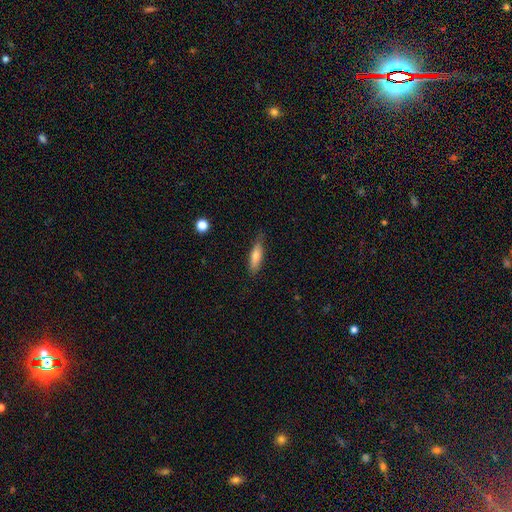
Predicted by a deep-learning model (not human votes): Smooth or featured? smooth (72%)
How rounded? cigar-shaped (67%)
Merging? none (76%)